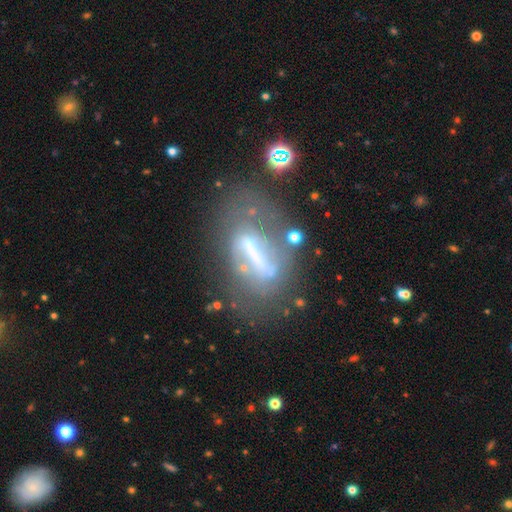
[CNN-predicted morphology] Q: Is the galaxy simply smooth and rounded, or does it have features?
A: featured or disk — 61%.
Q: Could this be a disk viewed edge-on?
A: no — 78%.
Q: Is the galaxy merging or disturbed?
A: none — 47%.